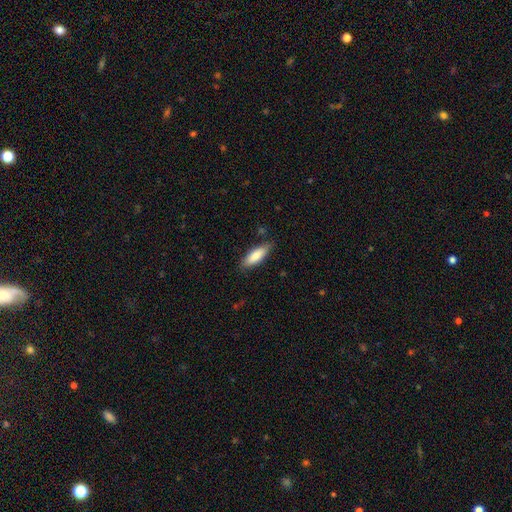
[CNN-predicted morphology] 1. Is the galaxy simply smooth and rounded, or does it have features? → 82% smooth, 12% featured or disk, 6% star or artifact.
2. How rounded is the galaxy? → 59% in between, 40% cigar-shaped, 2% round.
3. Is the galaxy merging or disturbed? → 80% none, 16% minor disturbance, 3% major disturbance, 2% merger.